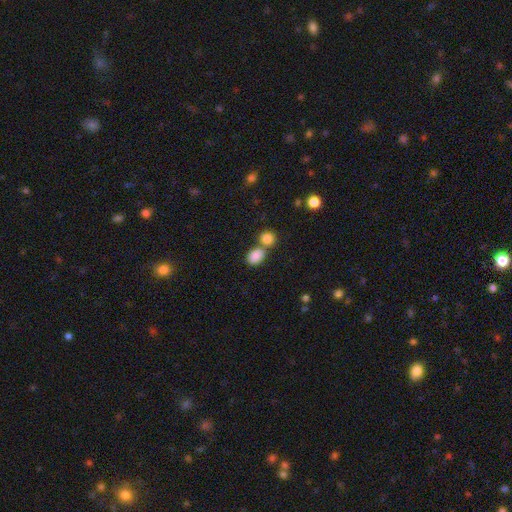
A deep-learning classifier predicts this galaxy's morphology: A smooth galaxy with no disk features (86%) that is in between round and cigar-shaped (71%).

Vote fractions:
- Smooth or featured? smooth: 86% / star or artifact: 9% / featured or disk: 5%
- How rounded? in between: 71% / round: 28% / cigar-shaped: 1%
- Merging? none: 48% / merger: 39% / minor disturbance: 9% / major disturbance: 3%